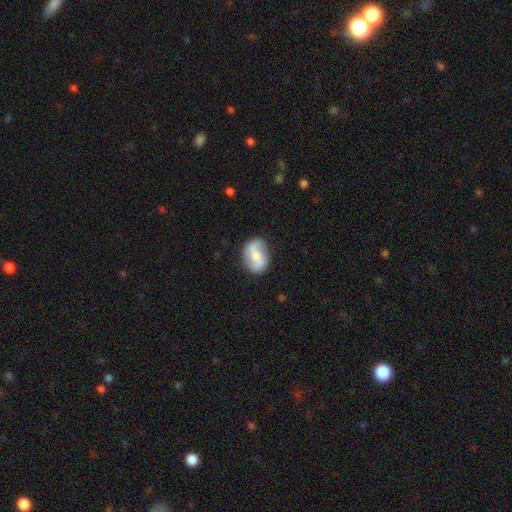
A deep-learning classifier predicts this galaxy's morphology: A featured or disk galaxy (53%) with a weak bar (41%), spiral arms (80%) and a moderate central bulge (49%).

Vote fractions:
- Smooth or featured? featured or disk: 53% / smooth: 40% / star or artifact: 7%
- Edge-on disk? no: 96% / yes: 4%
- Bar? weak: 41% / no: 31% / strong: 28%
- Spiral arms? yes: 80% / no: 20%
- Bulge size? moderate: 49% / small: 37% / none: 6% / large: 6% / dominant: 2%
- Merging? none: 77% / minor disturbance: 17% / major disturbance: 5% / merger: 1%